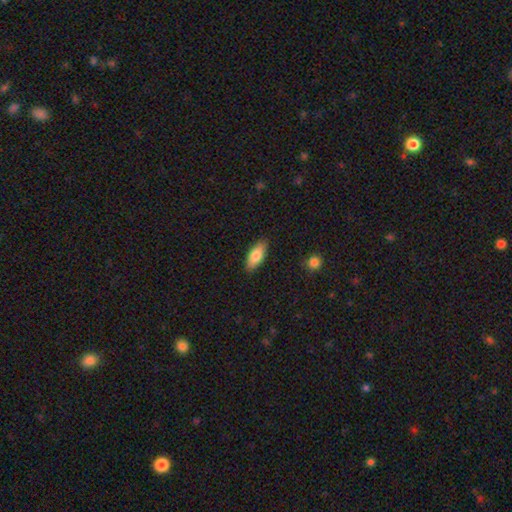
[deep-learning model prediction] smooth_or_featured: smooth (p=0.79) [alt: featured or disk p=0.15]
how_rounded: in between (p=0.79) [alt: cigar-shaped p=0.19]
merging: none (p=0.87) [alt: minor disturbance p=0.10]